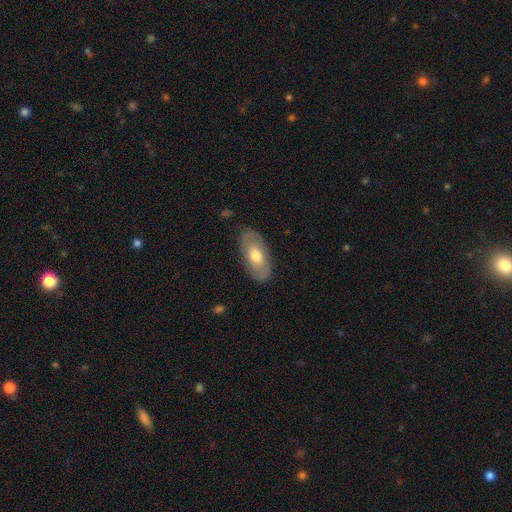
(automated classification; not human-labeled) Morphology: type=smooth (57%); roundness=in between (91%); merging=none (85%).